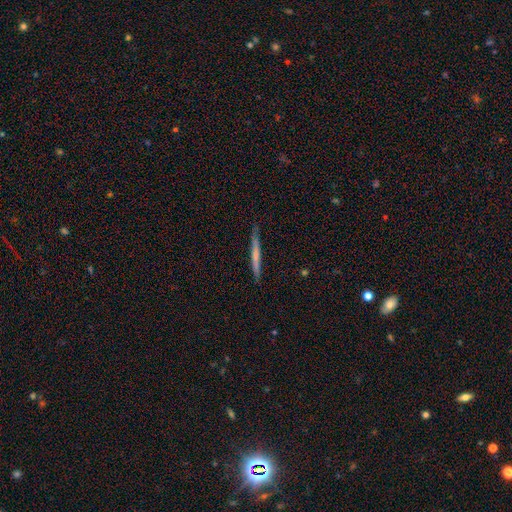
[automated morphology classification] Overall: smooth (50%; featured or disk 44%). How rounded: cigar-shaped (96%). Merging: none (87%).